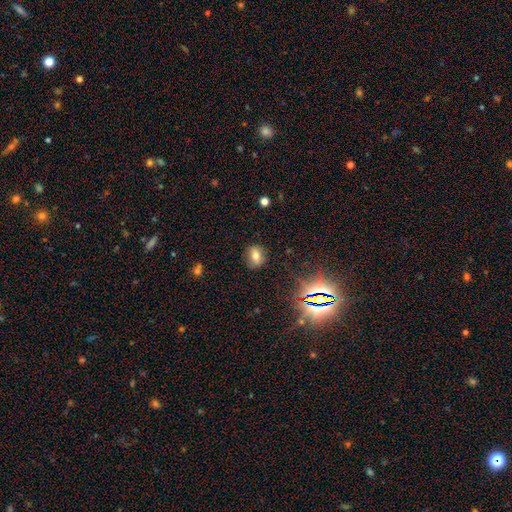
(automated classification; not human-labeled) A smooth galaxy with no disk features (63%) that is in between round and cigar-shaped (62%).

Vote fractions:
- Smooth or featured? smooth: 63% / star or artifact: 20% / featured or disk: 17%
- How rounded? in between: 62% / round: 36% / cigar-shaped: 2%
- Merging? none: 82% / minor disturbance: 12% / major disturbance: 4% / merger: 2%